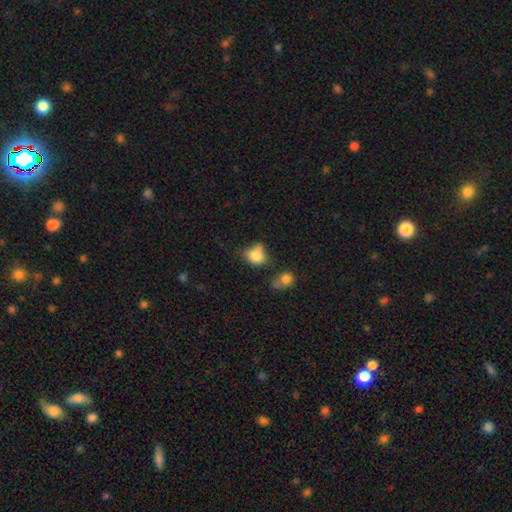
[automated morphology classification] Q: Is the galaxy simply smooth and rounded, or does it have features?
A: smooth — 78%.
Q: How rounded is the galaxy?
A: round — 51%.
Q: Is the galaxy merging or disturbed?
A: none — 39%.